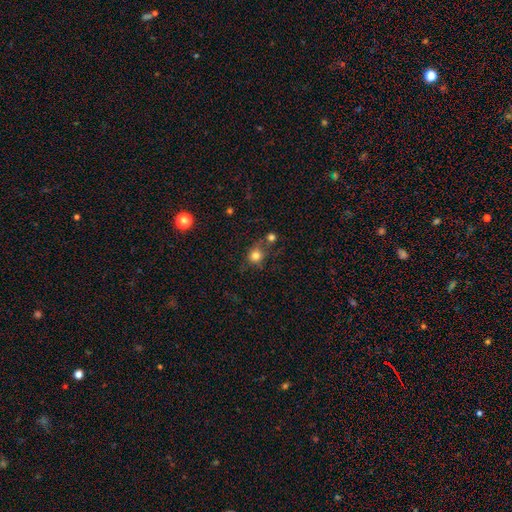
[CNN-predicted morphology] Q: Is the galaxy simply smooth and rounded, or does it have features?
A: smooth — 77%.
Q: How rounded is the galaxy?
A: round — 83%.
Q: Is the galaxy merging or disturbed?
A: none — 58%.